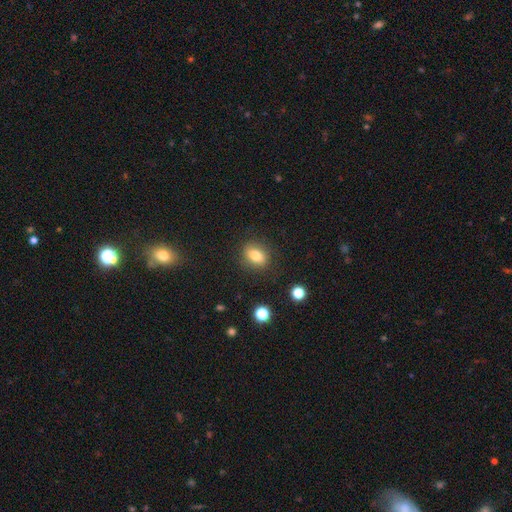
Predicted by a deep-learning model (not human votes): Smooth or featured? smooth (79%)
How rounded? in between (61%)
Merging? none (84%)